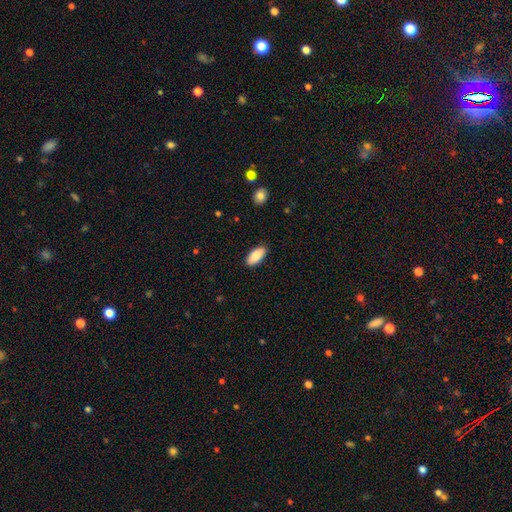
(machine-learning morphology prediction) smooth 88%, star or artifact 6%, featured or disk 6%. Down the decision tree: how rounded — in between (91%); merging — none (88%).